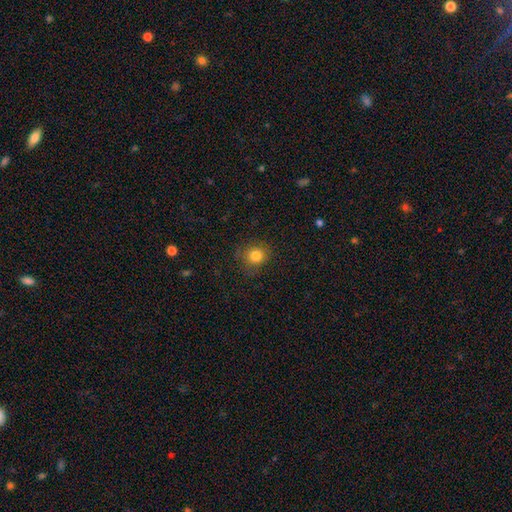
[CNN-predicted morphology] Smooth or featured: smooth — 83% (star or artifact — 12%)
How rounded: round — 85% (in between — 14%)
Merging: none — 82% (minor disturbance — 13%)